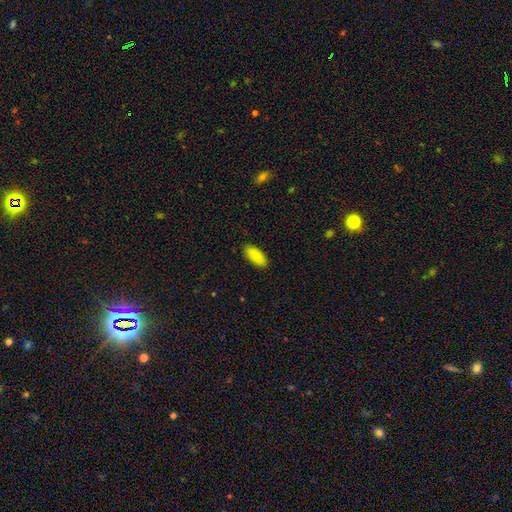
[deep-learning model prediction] The model was most divided on "how rounded": in between: 88%, cigar-shaped: 10%, round: 2%. More confident: smooth or featured — smooth (90%); merging — none (89%).